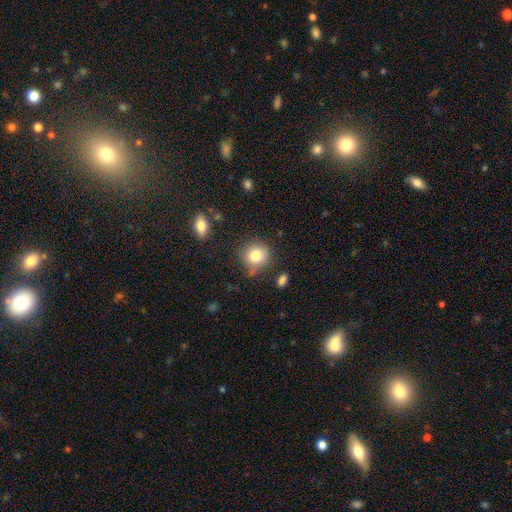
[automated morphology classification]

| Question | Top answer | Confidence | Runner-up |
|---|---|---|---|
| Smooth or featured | smooth | 80% | star or artifact (11%) |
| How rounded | round | 86% | in between (13%) |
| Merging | none | 72% | minor disturbance (19%) |